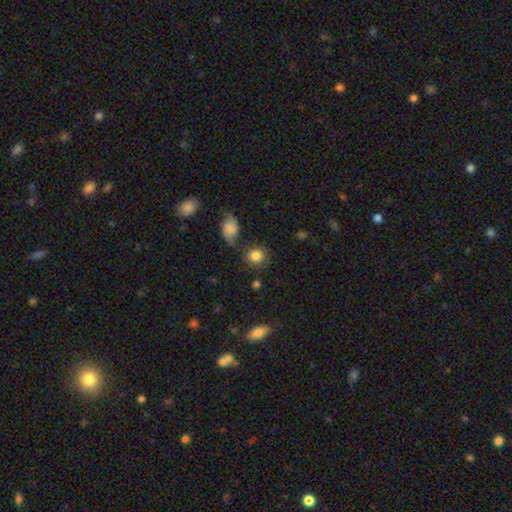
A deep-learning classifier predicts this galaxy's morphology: Smooth or featured? Predicted: smooth (p=0.81). How rounded? Predicted: round (p=0.81). Merging? Predicted: none (p=0.72).